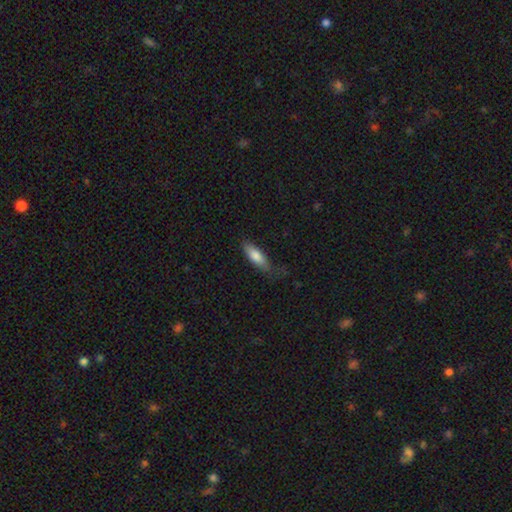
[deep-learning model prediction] A smooth galaxy with no disk features (80%) that is in between round and cigar-shaped (60%).

Vote fractions:
- Smooth or featured? smooth: 80% / featured or disk: 14% / star or artifact: 6%
- How rounded? in between: 60% / cigar-shaped: 38% / round: 2%
- Merging? none: 64% / minor disturbance: 27% / major disturbance: 7% / merger: 2%